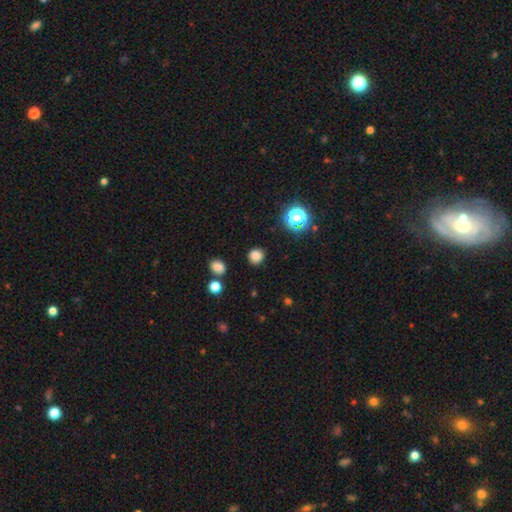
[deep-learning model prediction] smooth_or_featured: smooth (p=0.82) [alt: star or artifact p=0.15]
how_rounded: round (p=0.89) [alt: in between p=0.10]
merging: none (p=0.88) [alt: minor disturbance p=0.07]